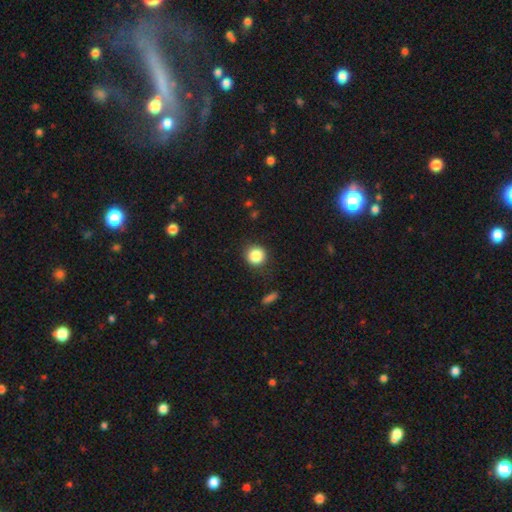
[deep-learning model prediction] Smooth or featured? smooth (85%)
How rounded? round (92%)
Merging? none (87%)